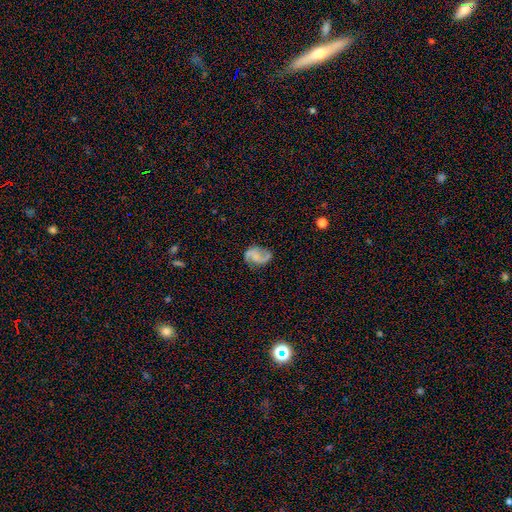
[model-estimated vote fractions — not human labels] Smooth or featured?
  - featured or disk: 78% *
  - smooth: 15%
  - star or artifact: 7%
Edge-on disk?
  - no: 98% *
  - yes: 2%
Bar?
  - no: 55% *
  - weak: 36%
  - strong: 9%
Spiral arms?
  - yes: 94% *
  - no: 6%
Spiral winding?
  - loose: 56% *
  - medium: 35%
  - tight: 9%
Spiral arm count?
  - 2: 90% *
  - 1: 3%
  - can't tell: 3%
  - 3: 1%
  - 4: 1%
  - more than 4: 1%
Bulge size?
  - none: 47% *
  - small: 32%
  - moderate: 16%
  - large: 3%
  - dominant: 1%
Merging?
  - none: 69% *
  - minor disturbance: 19%
  - major disturbance: 10%
  - merger: 2%